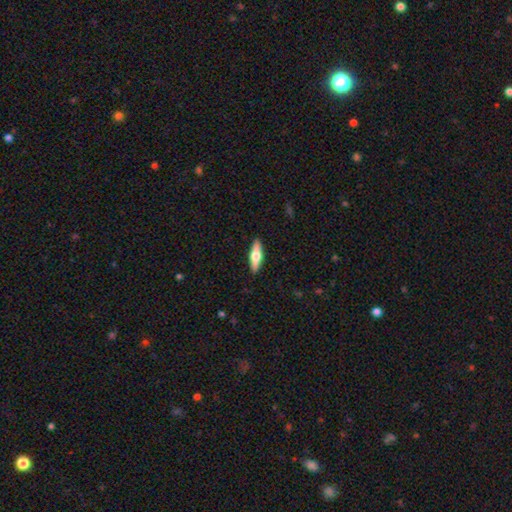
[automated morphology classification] This is possibly a smooth galaxy (48%). Merging: clearly none (91%).